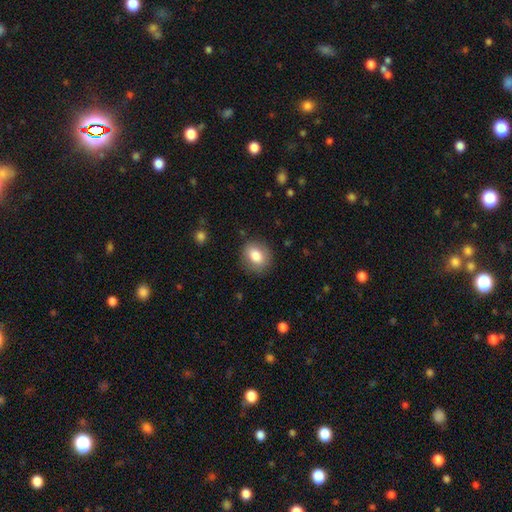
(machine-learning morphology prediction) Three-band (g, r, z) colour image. It shows a smooth galaxy with no disk features (80%) that is round (52%). Merging: none (82%).